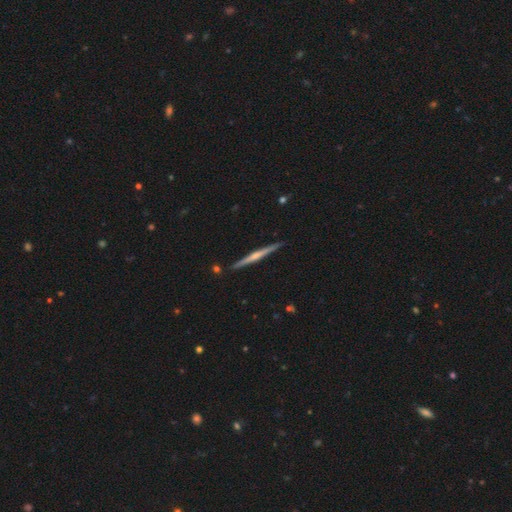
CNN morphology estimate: A featured or disk galaxy (72%) viewed edge-on (98%) with a rounded central bulge (62%). Merging: none (92%).